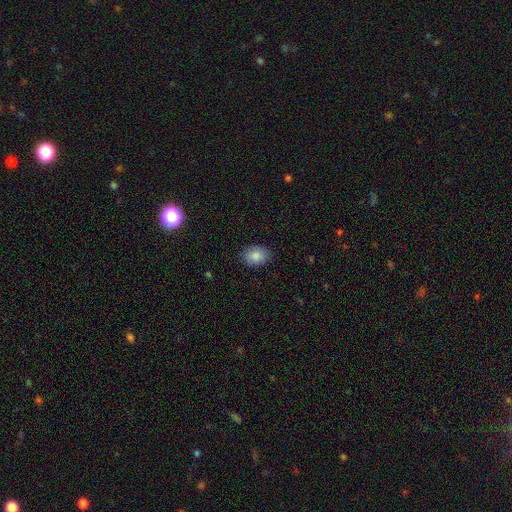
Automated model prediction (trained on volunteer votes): Morphology: type=smooth (86%); roundness=in between (64%); merging=none (86%).